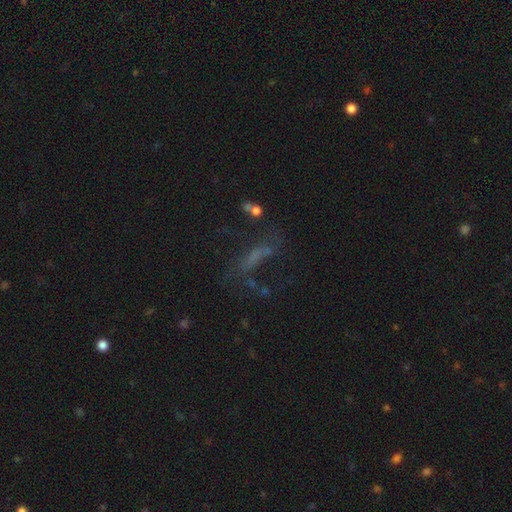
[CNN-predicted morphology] Smooth or featured? featured or disk (36%)
Merging? none (47%)